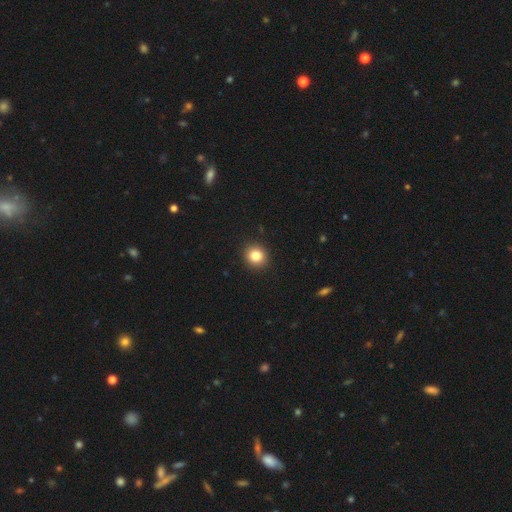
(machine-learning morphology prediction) A smooth galaxy with no disk features (83%) that is round (86%).

Vote fractions:
- Smooth or featured? smooth: 83% / star or artifact: 11% / featured or disk: 6%
- How rounded? round: 86% / in between: 13% / cigar-shaped: 1%
- Merging? none: 92% / minor disturbance: 5% / major disturbance: 2% / merger: 1%